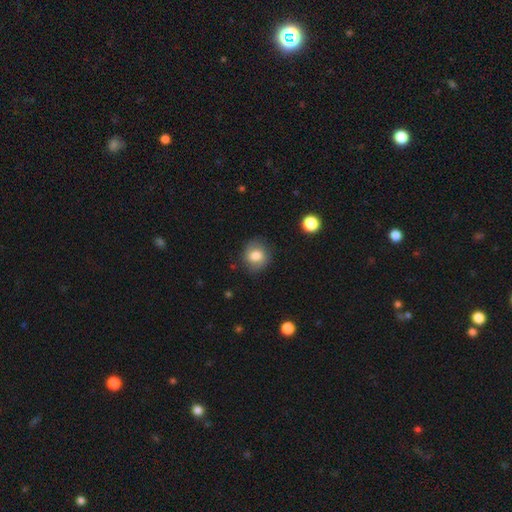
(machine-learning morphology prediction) Smooth or featured: smooth — 78% (featured or disk — 13%)
How rounded: round — 73% (in between — 26%)
Merging: none — 79% (minor disturbance — 15%)